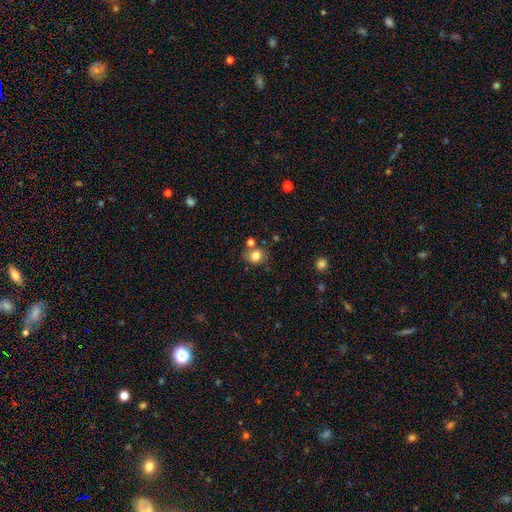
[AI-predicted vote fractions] Q: Smooth or featured?
A: smooth (79%); runner-up: star or artifact (11%)
Q: How rounded?
A: round (71%); runner-up: in between (28%)
Q: Merging?
A: none (69%); runner-up: minor disturbance (14%)